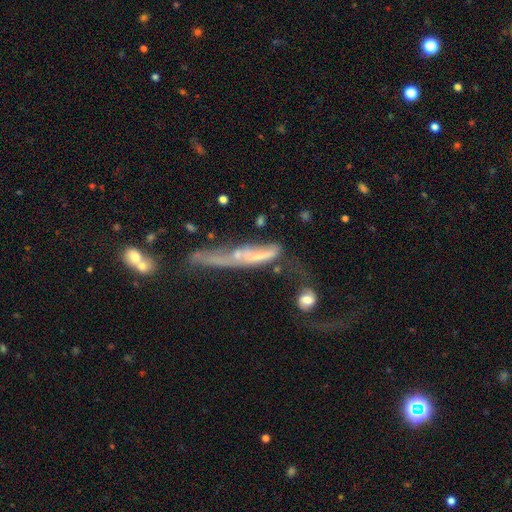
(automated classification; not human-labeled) Smooth or featured: featured or disk — 54% (smooth — 36%)
Edge-on disk: no — 51% (yes — 49%)
Merging: major disturbance — 35% (merger — 33%)